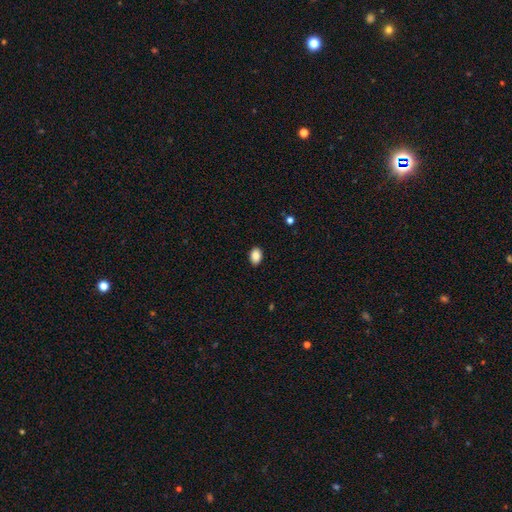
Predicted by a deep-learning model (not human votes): This is clearly a smooth galaxy (89%). How rounded: clearly in between (81%). Merging: clearly none (89%).